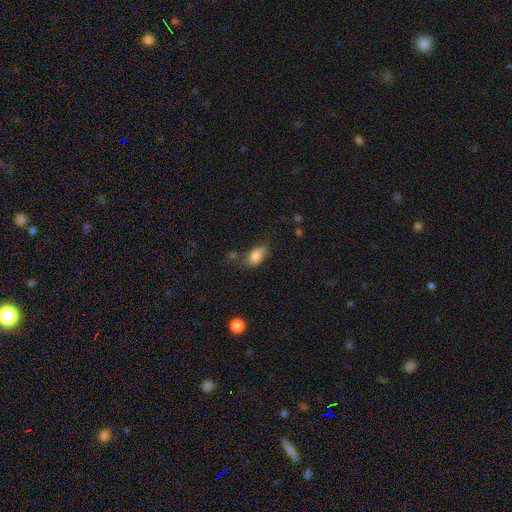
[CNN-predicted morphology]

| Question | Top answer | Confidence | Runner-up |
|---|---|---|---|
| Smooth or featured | smooth | 82% | star or artifact (9%) |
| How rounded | in between | 87% | round (10%) |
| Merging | none | 48% | minor disturbance (33%) |